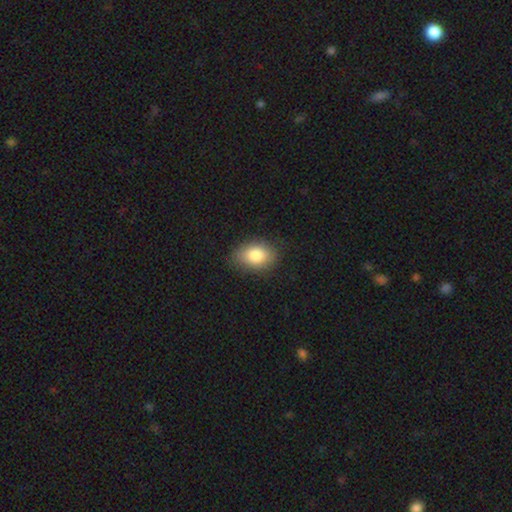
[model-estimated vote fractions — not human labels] Smooth or featured? smooth (83%)
How rounded? in between (81%)
Merging? none (82%)